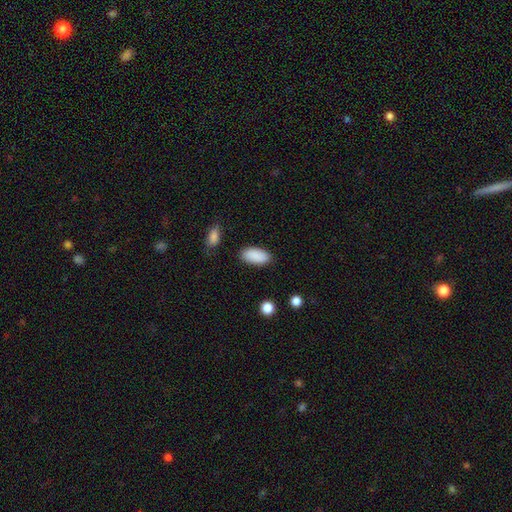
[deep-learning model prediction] Smooth or featured? smooth (90%)
How rounded? in between (92%)
Merging? none (86%)